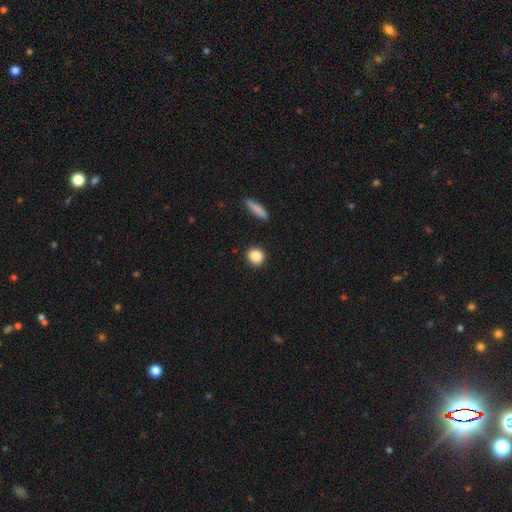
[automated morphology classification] A smooth galaxy with no disk features (86%) that is round (83%). Merging: none (90%).